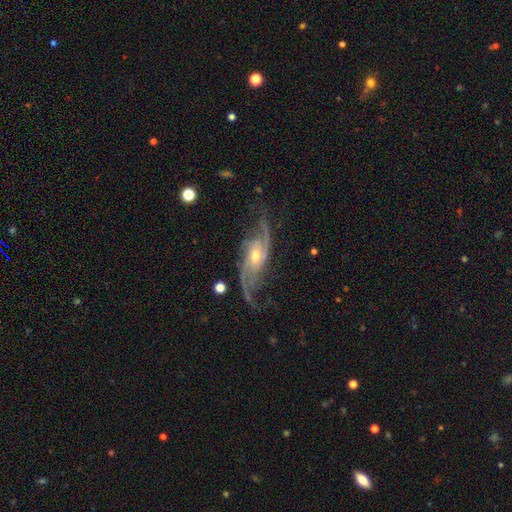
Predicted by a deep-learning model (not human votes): Morphology: type=featured or disk (90%); edge-on=no (93%); bar=no (51%); spiral arms=yes (97%); winding=loose (46%); arm count=2 (60%); bulge=moderate (54%); merging=none (67%).